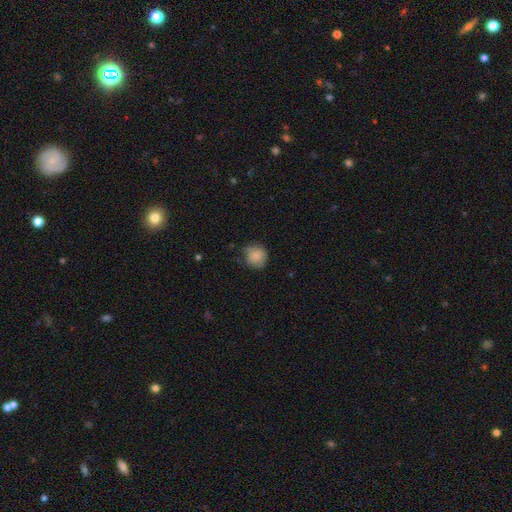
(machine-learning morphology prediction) Smooth or featured? Predicted: smooth (p=0.84). How rounded? Predicted: round (p=0.85). Merging? Predicted: none (p=0.66).